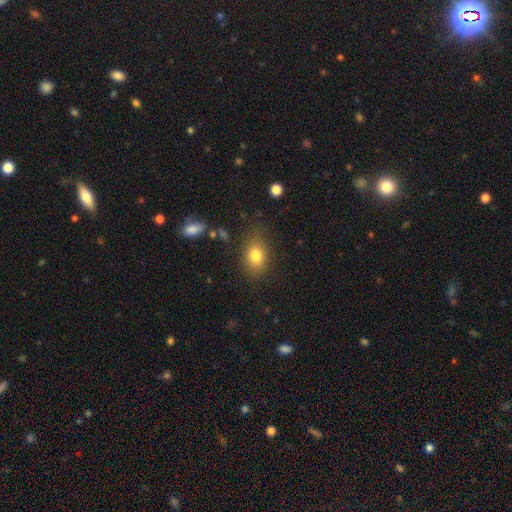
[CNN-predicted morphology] type=smooth (80%); roundness=in between (71%); merging=none (78%).